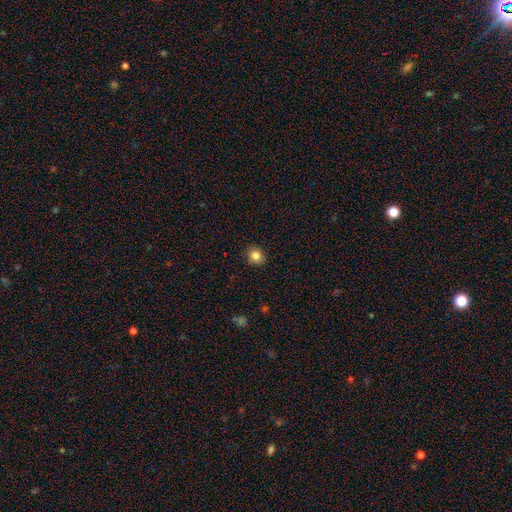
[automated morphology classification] This is clearly a smooth galaxy (83%). How rounded: likely round (80%). Merging: clearly none (90%).